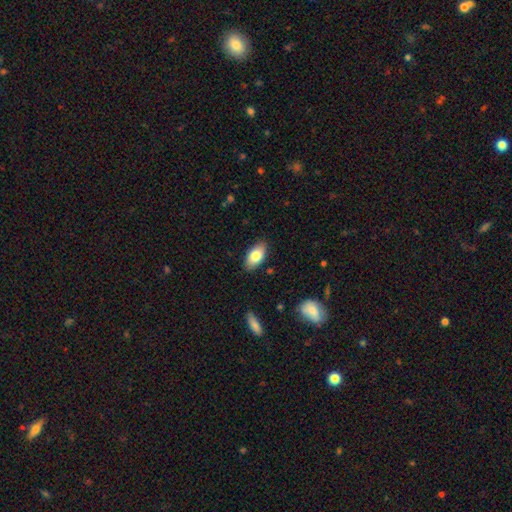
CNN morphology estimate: Q: Smooth or featured?
A: smooth (81%); runner-up: featured or disk (12%)
Q: How rounded?
A: in between (93%); runner-up: cigar-shaped (4%)
Q: Merging?
A: none (87%); runner-up: minor disturbance (10%)